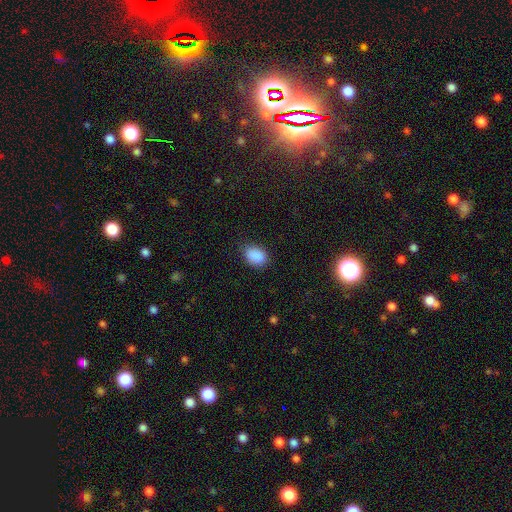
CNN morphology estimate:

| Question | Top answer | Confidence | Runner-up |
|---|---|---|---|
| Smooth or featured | smooth | 89% | star or artifact (8%) |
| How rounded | in between | 82% | round (17%) |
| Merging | none | 80% | minor disturbance (15%) |